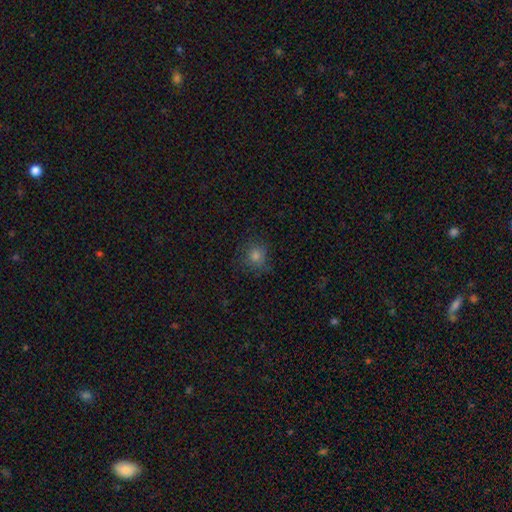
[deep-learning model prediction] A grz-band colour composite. It shows a smooth galaxy with no disk features (75%) that is round (89%). Merging: none (80%).